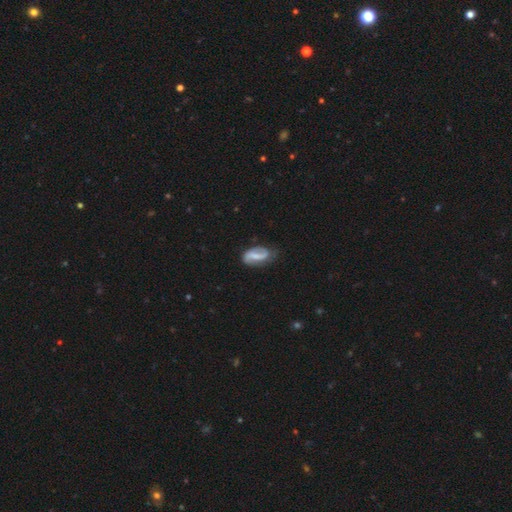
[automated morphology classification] This appears to be a featured or disk galaxy (73%) with a strong bar (44%), 2 (84%) loose (48%) spiral arms (89%) and a small central bulge (39%). Merging: none (68%).